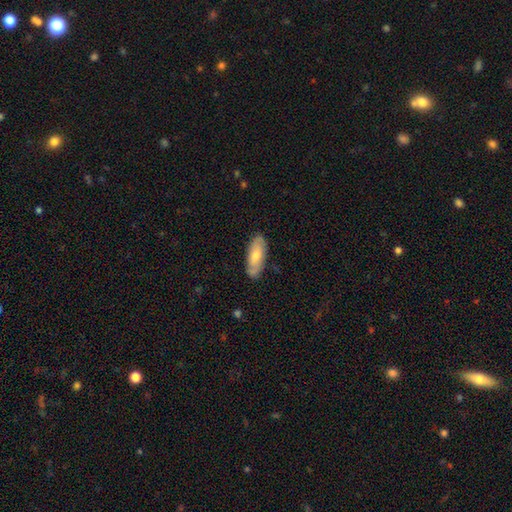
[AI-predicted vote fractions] smooth 64%, featured or disk 31%, star or artifact 6%. Down the decision tree: how rounded — in between (77%); merging — none (80%).